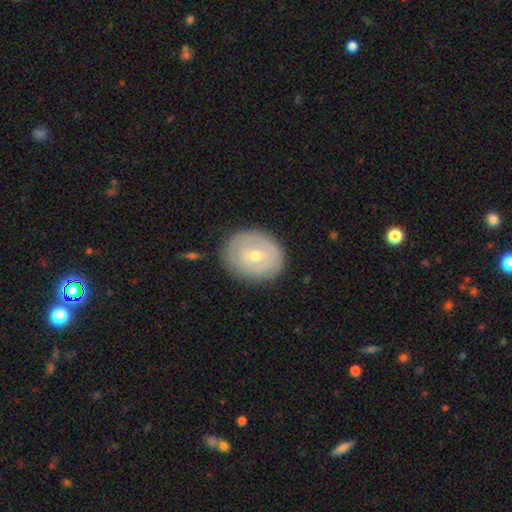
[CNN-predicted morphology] featured or disk 57%, smooth 37%, star or artifact 6%. Down the decision tree: edge-on disk — no (95%); bar — no (58%); spiral arms — no (53%); bulge size — moderate (50%); merging — none (81%).